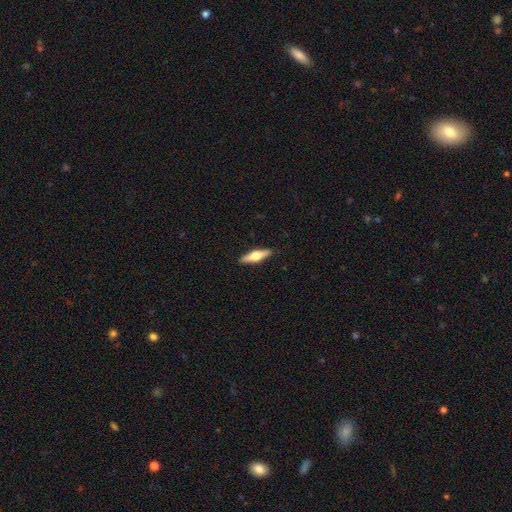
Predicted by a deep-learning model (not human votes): Smooth or featured: featured or disk — 55% (smooth — 39%)
Edge-on disk: yes — 95% (no — 5%)
Edge-on bulge: rounded — 93% (boxy — 5%)
Merging: none — 90% (minor disturbance — 7%)